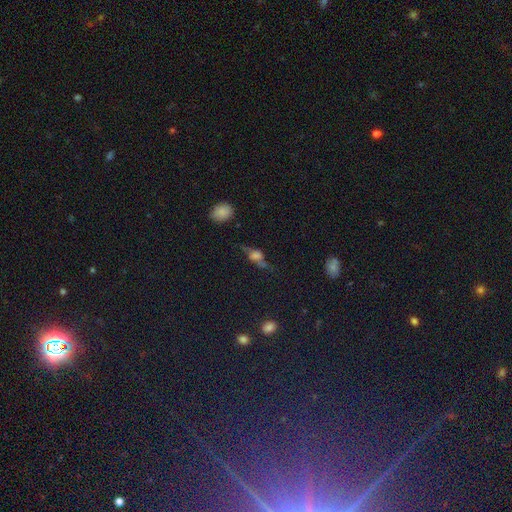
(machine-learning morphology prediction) smooth-or-featured: featured or disk: 41% | smooth: 36% | star or artifact: 23%
  merging: none: 55% | minor disturbance: 21% | major disturbance: 17% | merger: 7%